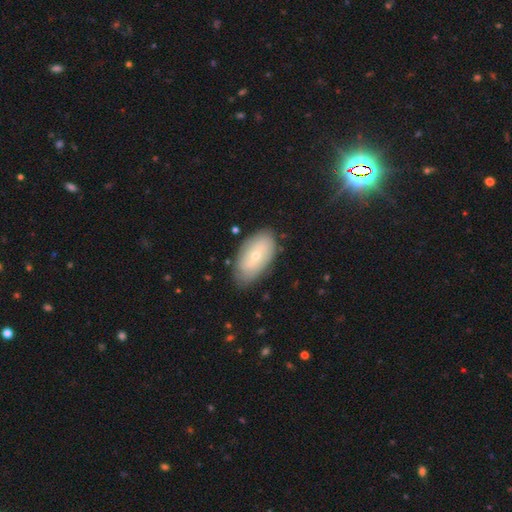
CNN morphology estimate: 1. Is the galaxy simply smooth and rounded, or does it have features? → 52% smooth, 41% featured or disk, 7% star or artifact.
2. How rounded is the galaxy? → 93% in between, 4% round, 3% cigar-shaped.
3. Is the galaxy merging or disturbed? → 78% none, 17% minor disturbance, 4% major disturbance, 2% merger.